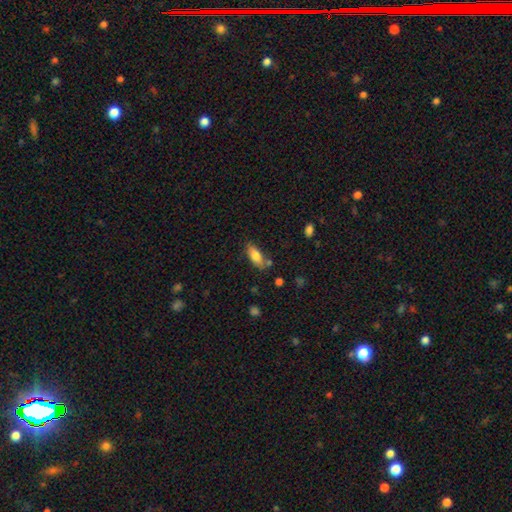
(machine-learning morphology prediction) The model was most divided on "merging": none: 71%, minor disturbance: 17%, merger: 8%, major disturbance: 4%. More confident: smooth or featured — smooth (80%); how rounded — in between (79%).